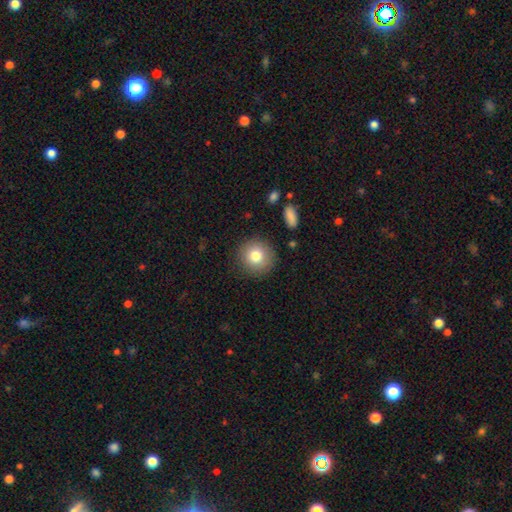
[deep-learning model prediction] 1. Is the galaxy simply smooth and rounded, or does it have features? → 80% smooth, 10% featured or disk, 10% star or artifact.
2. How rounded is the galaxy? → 93% round, 7% in between, 1% cigar-shaped.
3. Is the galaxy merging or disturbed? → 88% none, 8% minor disturbance, 3% major disturbance, 2% merger.